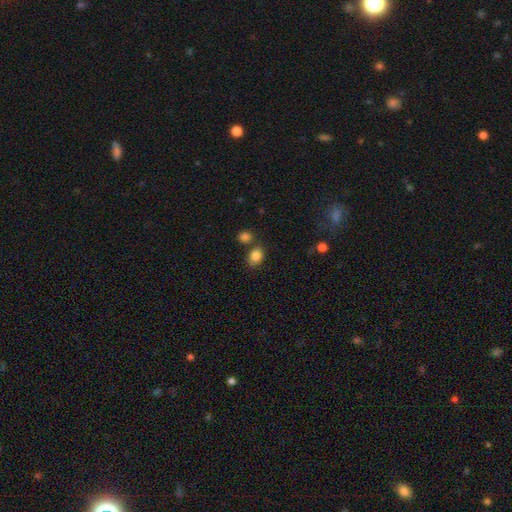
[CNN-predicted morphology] Smooth or featured?
  - smooth: 85% *
  - star or artifact: 10%
  - featured or disk: 5%
How rounded?
  - in between: 63% *
  - round: 36%
  - cigar-shaped: 1%
Merging?
  - none: 67% *
  - merger: 16%
  - minor disturbance: 13%
  - major disturbance: 4%